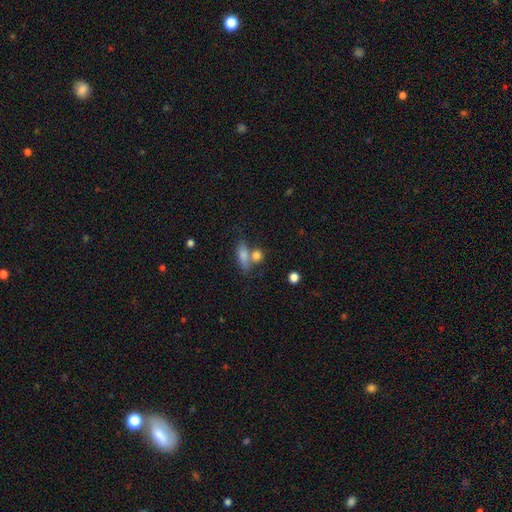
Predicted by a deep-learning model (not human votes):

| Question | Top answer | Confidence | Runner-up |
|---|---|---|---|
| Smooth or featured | smooth | 79% | featured or disk (11%) |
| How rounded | in between | 48% | round (39%) |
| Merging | none | 47% | merger (35%) |